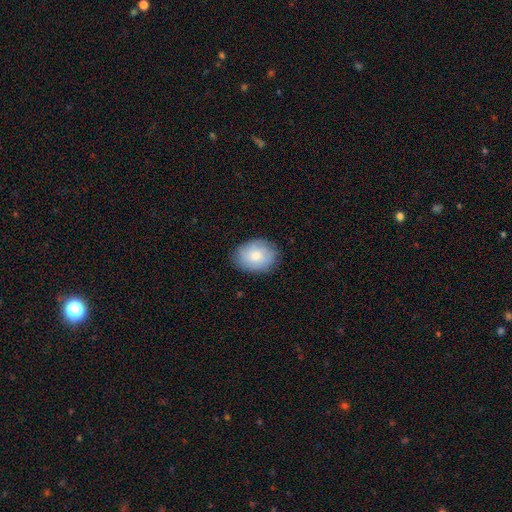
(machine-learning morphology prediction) Smooth or featured: smooth — 71% (featured or disk — 22%)
How rounded: in between — 63% (round — 36%)
Merging: none — 81% (minor disturbance — 15%)